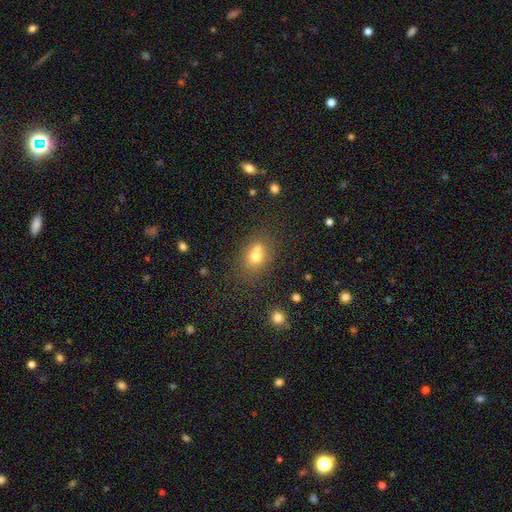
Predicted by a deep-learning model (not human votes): smooth_or_featured: smooth (p=0.68) [alt: featured or disk p=0.18]
how_rounded: in between (p=0.51) [alt: round p=0.47]
merging: merger (p=0.43) [alt: none p=0.42]